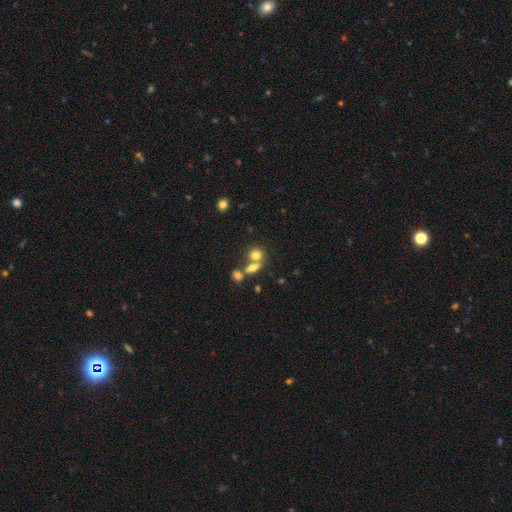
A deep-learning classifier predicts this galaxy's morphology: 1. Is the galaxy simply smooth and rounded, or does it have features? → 73% smooth, 14% featured or disk, 13% star or artifact.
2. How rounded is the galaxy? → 63% round, 34% in between, 3% cigar-shaped.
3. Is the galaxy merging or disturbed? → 43% merger (tied), 43% none (tied), 9% minor disturbance, 5% major disturbance.